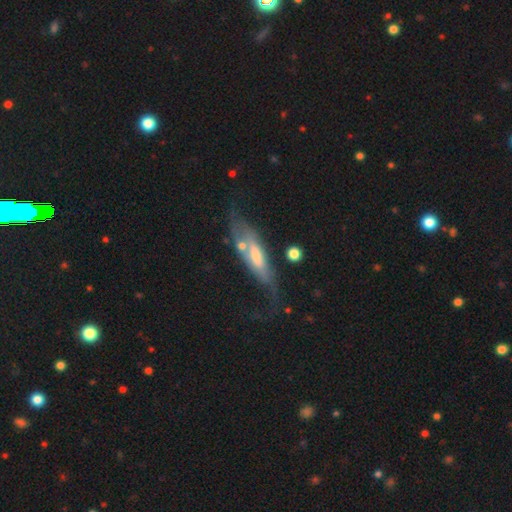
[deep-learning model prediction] smooth-or-featured: featured or disk: 61% | smooth: 32% | star or artifact: 7%
  disk-edge-on: no: 56% | yes: 44%
  merging: none: 43% | minor disturbance: 24% | major disturbance: 23% | merger: 9%